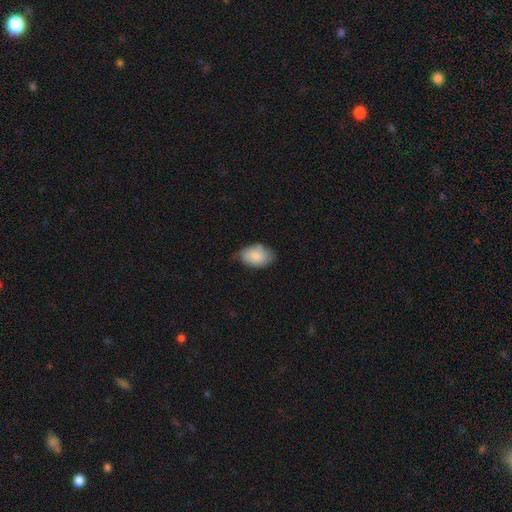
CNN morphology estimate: type=smooth (83%); roundness=in between (89%); merging=none (59%).